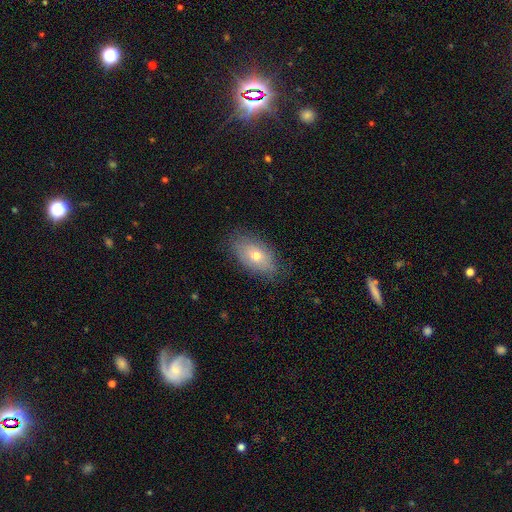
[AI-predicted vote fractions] Smooth or featured? smooth (65%)
How rounded? in between (90%)
Merging? none (80%)